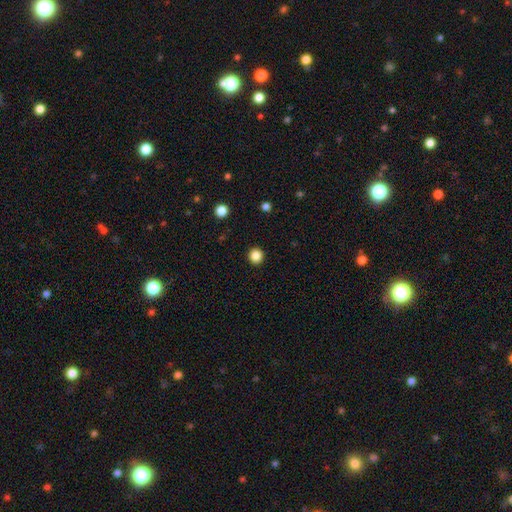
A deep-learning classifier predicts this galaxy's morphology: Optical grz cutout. It shows a smooth galaxy with no disk features (86%) that is round (93%). Merging: none (93%).